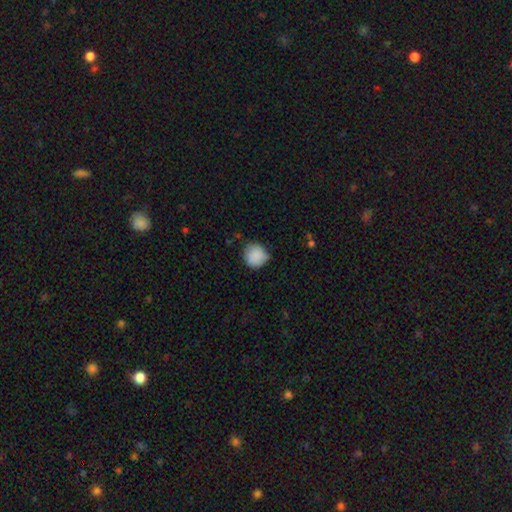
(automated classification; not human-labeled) smooth_or_featured: smooth (p=0.87) [alt: star or artifact p=0.08]
how_rounded: round (p=0.89) [alt: in between p=0.10]
merging: none (p=0.70) [alt: minor disturbance p=0.24]